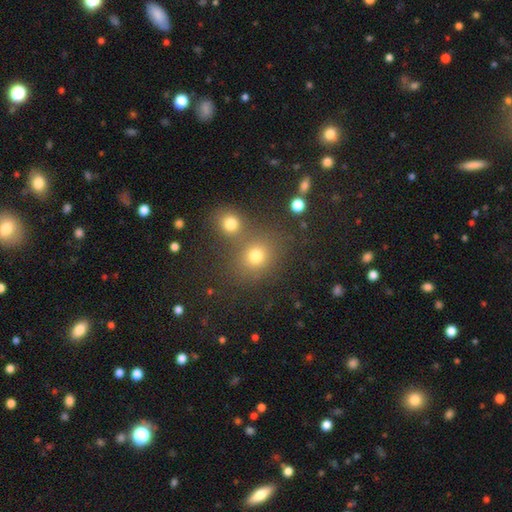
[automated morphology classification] Smooth or featured? smooth (74%)
How rounded? round (76%)
Merging? none (58%)